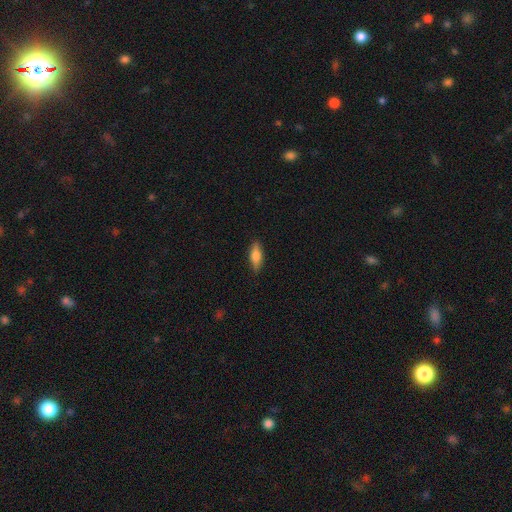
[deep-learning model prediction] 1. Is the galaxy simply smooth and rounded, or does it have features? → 71% smooth, 23% featured or disk, 6% star or artifact.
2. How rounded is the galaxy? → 62% in between, 35% cigar-shaped, 3% round.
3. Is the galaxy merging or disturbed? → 87% none, 10% minor disturbance, 2% major disturbance, 1% merger.